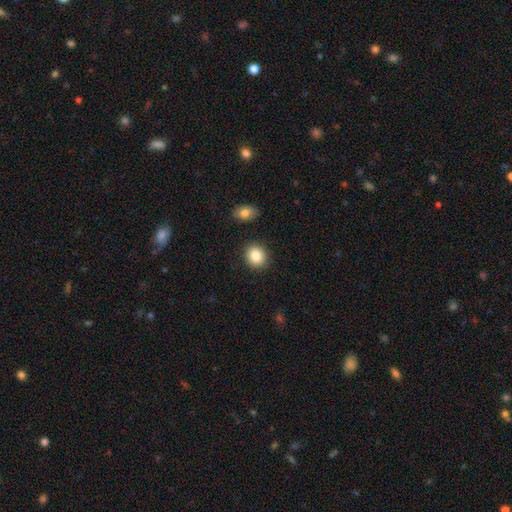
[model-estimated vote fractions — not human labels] Smooth or featured: smooth — 85% (star or artifact — 8%)
How rounded: round — 76% (in between — 23%)
Merging: none — 89% (minor disturbance — 7%)